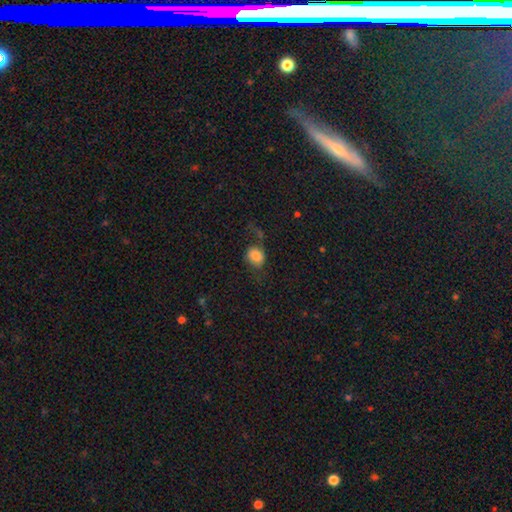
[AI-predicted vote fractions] smooth-or-featured: smooth: 70% | featured or disk: 20% | star or artifact: 10%
  how-rounded: round: 54% | in between: 45% | cigar-shaped: 1%
  merging: none: 45% | major disturbance: 27% | minor disturbance: 23% | merger: 5%